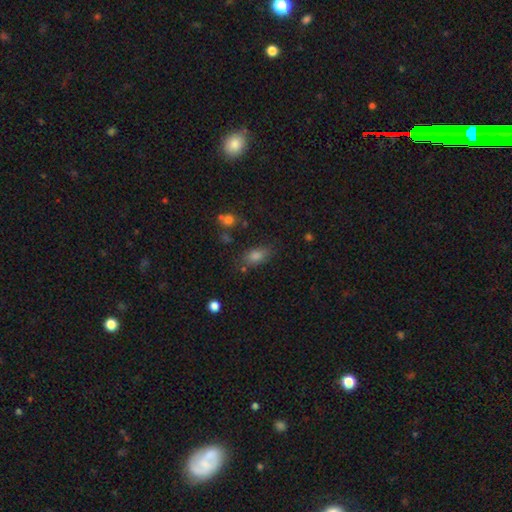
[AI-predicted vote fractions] smooth-or-featured: smooth: 76% | star or artifact: 15% | featured or disk: 9%
  how-rounded: in between: 82% | round: 12% | cigar-shaped: 7%
  merging: none: 73% | minor disturbance: 16% | merger: 6% | major disturbance: 5%